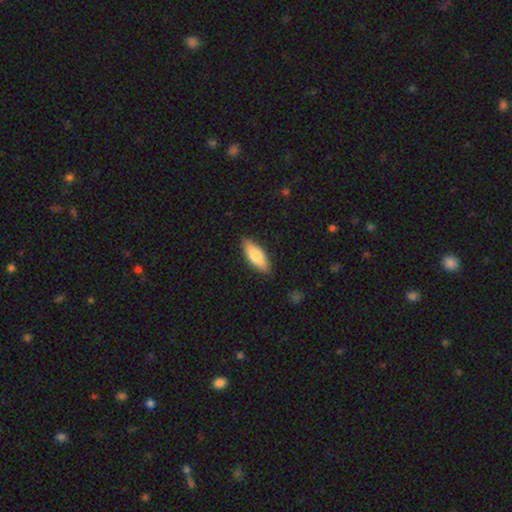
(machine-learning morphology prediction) This is likely a smooth galaxy (76%). How rounded: likely in between (66%). Merging: clearly none (87%).